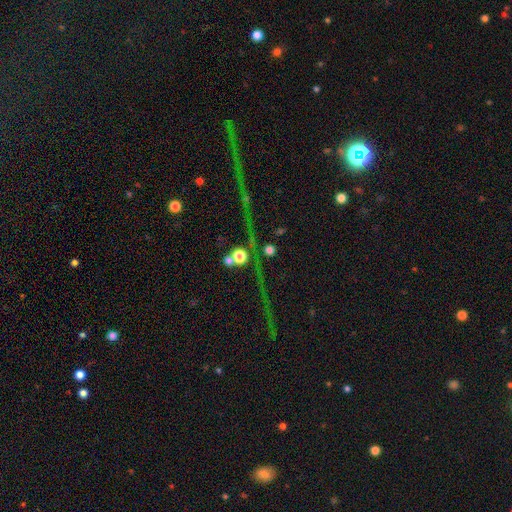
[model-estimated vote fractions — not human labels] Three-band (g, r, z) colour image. It shows a star or artifact, not a galaxy (73%).